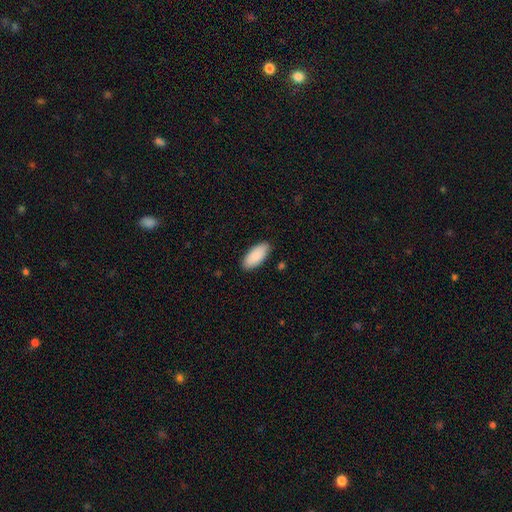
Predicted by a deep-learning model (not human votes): The model was most divided on "merging": none: 87%, minor disturbance: 10%, major disturbance: 2%, merger: 1%. More confident: how rounded — in between (91%); smooth or featured — smooth (89%).